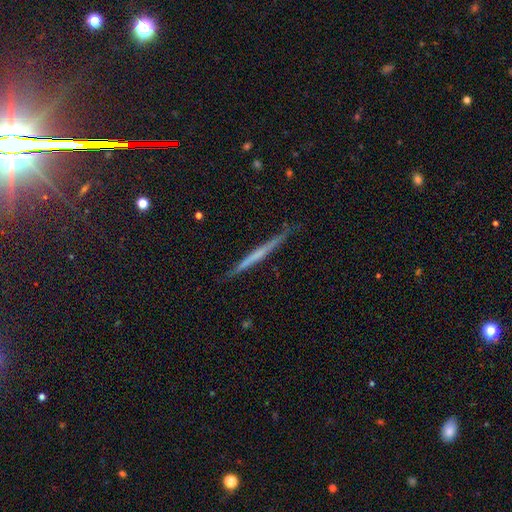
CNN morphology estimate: Smooth or featured: featured or disk — 56% (smooth — 37%)
Edge-on disk: yes — 97% (no — 3%)
Edge-on bulge: none — 83% (rounded — 11%)
Merging: none — 88% (minor disturbance — 9%)